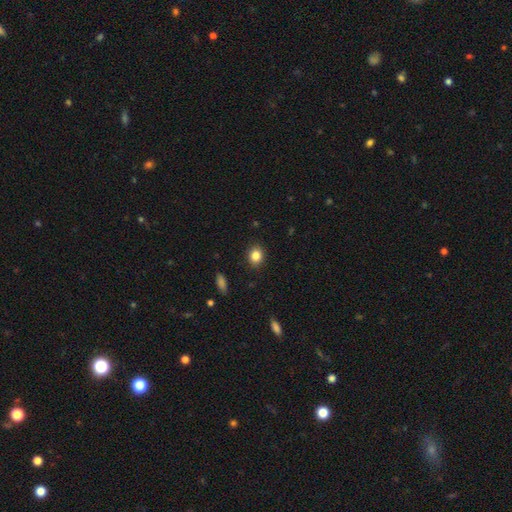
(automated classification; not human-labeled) Overall: smooth (84%). How rounded: round (60%; in between 39%). Merging: none (89%).